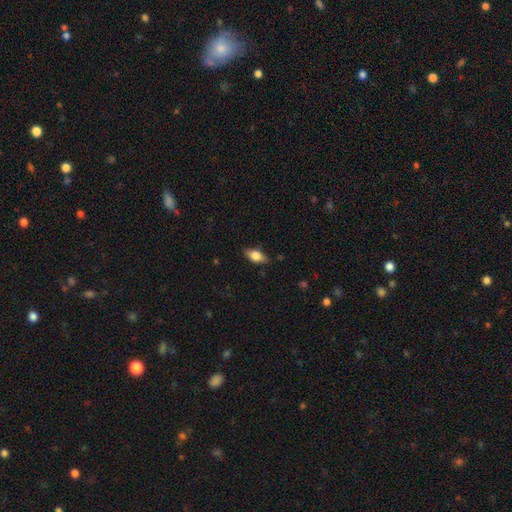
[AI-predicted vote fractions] smooth-or-featured: smooth: 74% | featured or disk: 19% | star or artifact: 7%
  how-rounded: in between: 87% | cigar-shaped: 9% | round: 5%
  merging: none: 81% | minor disturbance: 15% | major disturbance: 3% | merger: 1%